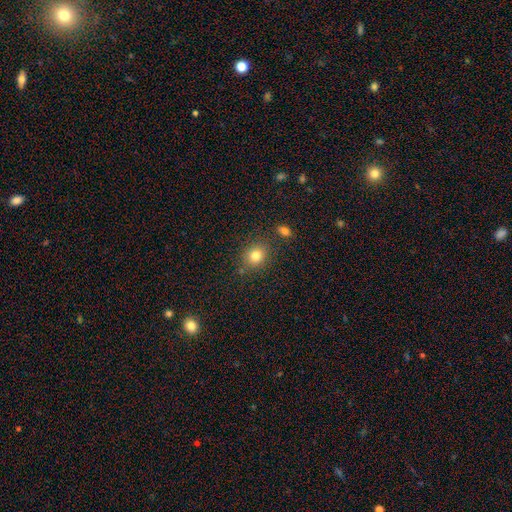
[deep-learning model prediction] smooth 80%, star or artifact 12%, featured or disk 8%. Down the decision tree: how rounded — round (69%); merging — none (79%).